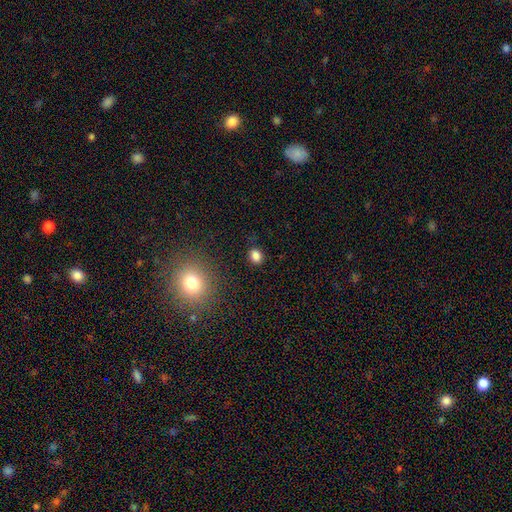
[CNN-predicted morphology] smooth-or-featured: smooth: 82% | star or artifact: 13% | featured or disk: 5%
  how-rounded: round: 59% | in between: 40% | cigar-shaped: 1%
  merging: none: 84% | minor disturbance: 10% | major disturbance: 3% | merger: 2%